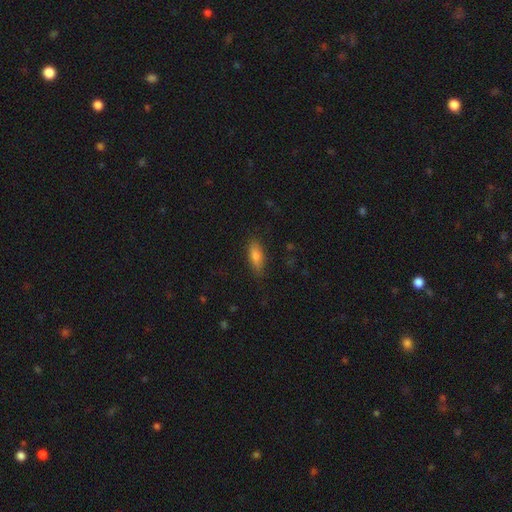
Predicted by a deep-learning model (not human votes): A smooth galaxy with no disk features (75%) that is in between round and cigar-shaped (63%). Merging: none (83%).